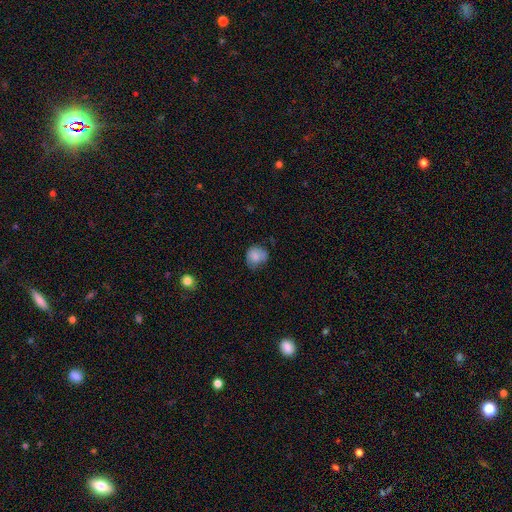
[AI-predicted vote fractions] This appears to be a smooth galaxy with no disk features (82%) that is round (75%). Merging: none (57%).